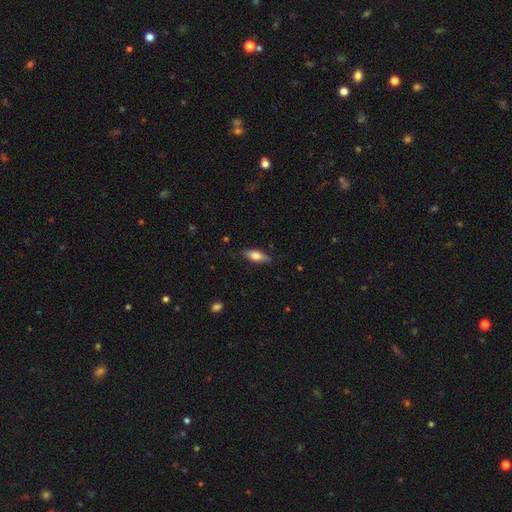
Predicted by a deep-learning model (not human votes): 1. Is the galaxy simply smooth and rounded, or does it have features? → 67% smooth, 27% featured or disk, 7% star or artifact.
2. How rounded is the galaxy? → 64% in between, 33% cigar-shaped, 3% round.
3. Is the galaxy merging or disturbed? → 83% none, 13% minor disturbance, 3% major disturbance, 1% merger.